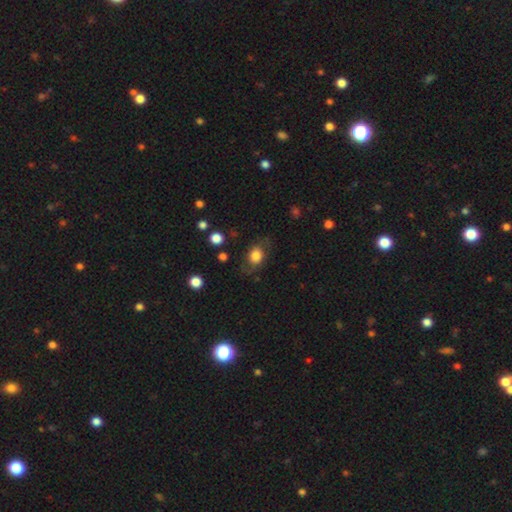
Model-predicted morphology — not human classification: smooth-or-featured: smooth: 72% | featured or disk: 19% | star or artifact: 9%
  how-rounded: in between: 55% | round: 44% | cigar-shaped: 1%
  merging: none: 68% | minor disturbance: 19% | major disturbance: 11% | merger: 2%